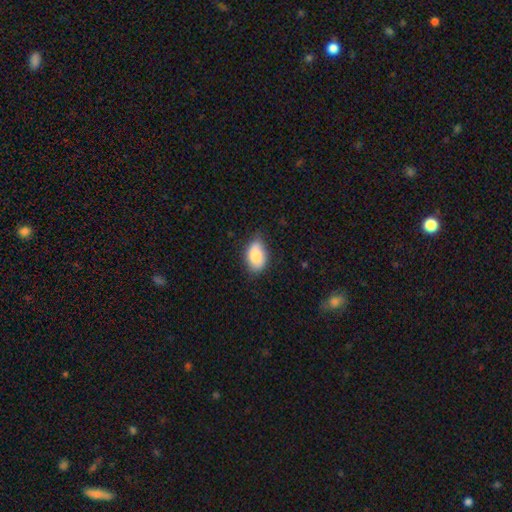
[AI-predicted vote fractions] A smooth galaxy with no disk features (78%) that is in between round and cigar-shaped (89%). Merging: none (73%).